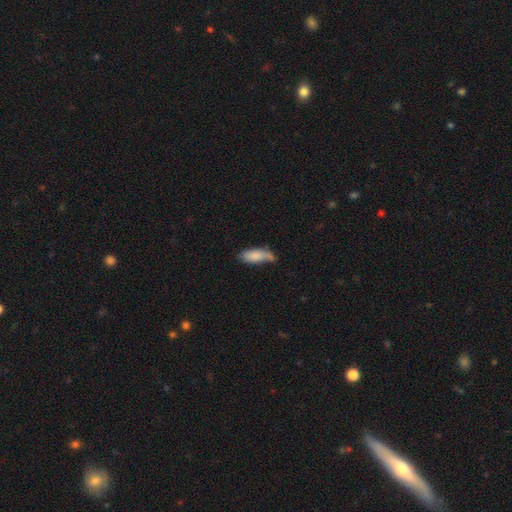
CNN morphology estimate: This is likely a smooth galaxy (80%). How rounded: likely in between (71%). Merging: possibly none (50%).